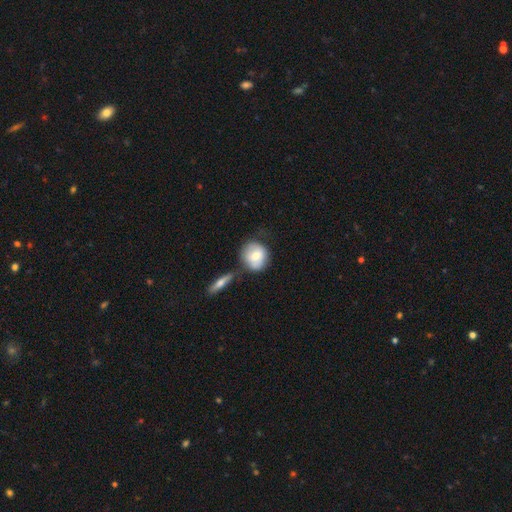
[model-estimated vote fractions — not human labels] Smooth or featured? Predicted: smooth (p=0.68). How rounded? Predicted: round (p=0.83). Merging? Predicted: none (p=0.52).